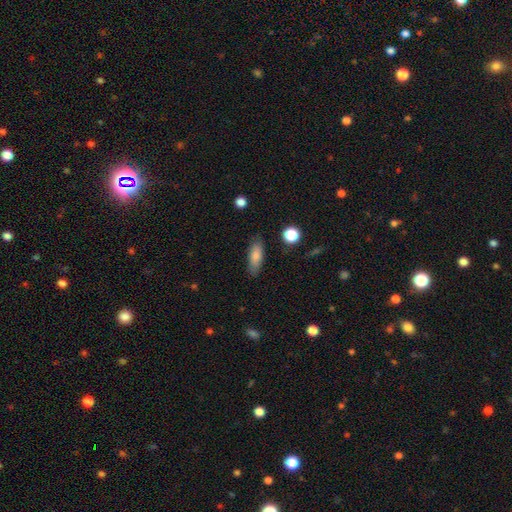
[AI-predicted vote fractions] Overall: smooth (80%). How rounded: in between (61%; cigar-shaped 36%). Merging: none (85%).